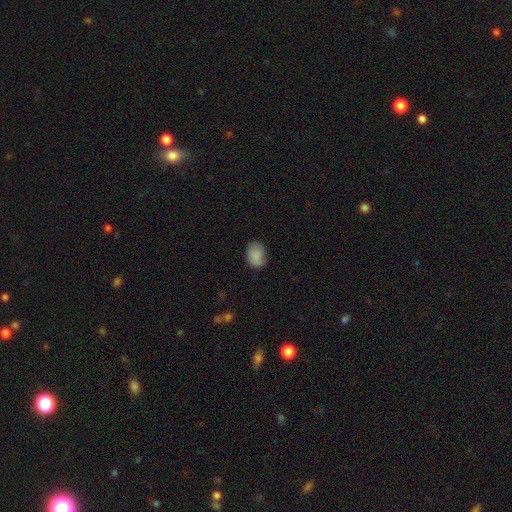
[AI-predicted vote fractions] Q: Smooth or featured?
A: smooth (86%); runner-up: star or artifact (8%)
Q: How rounded?
A: in between (72%); runner-up: round (27%)
Q: Merging?
A: none (74%); runner-up: minor disturbance (21%)